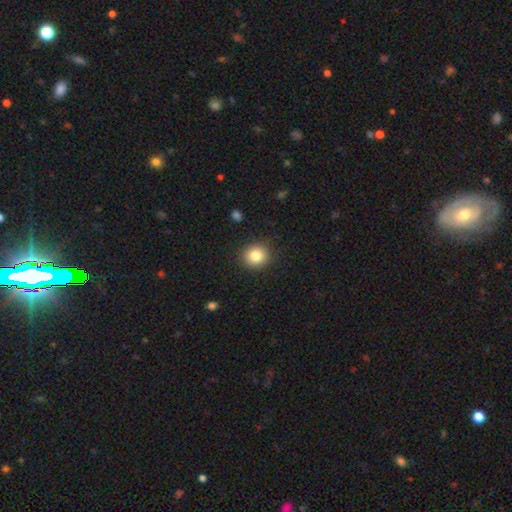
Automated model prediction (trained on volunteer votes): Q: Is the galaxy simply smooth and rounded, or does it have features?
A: smooth — 83%.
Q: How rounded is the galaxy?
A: round — 87%.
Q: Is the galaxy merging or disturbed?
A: none — 90%.